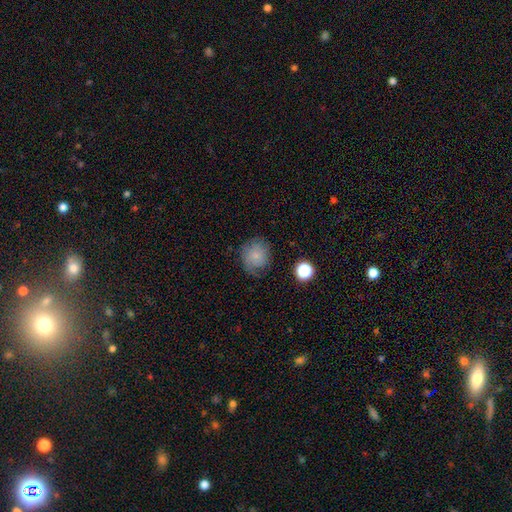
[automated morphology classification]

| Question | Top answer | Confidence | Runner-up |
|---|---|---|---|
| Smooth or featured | smooth | 75% | featured or disk (15%) |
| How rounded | round | 84% | in between (15%) |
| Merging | none | 67% | minor disturbance (22%) |